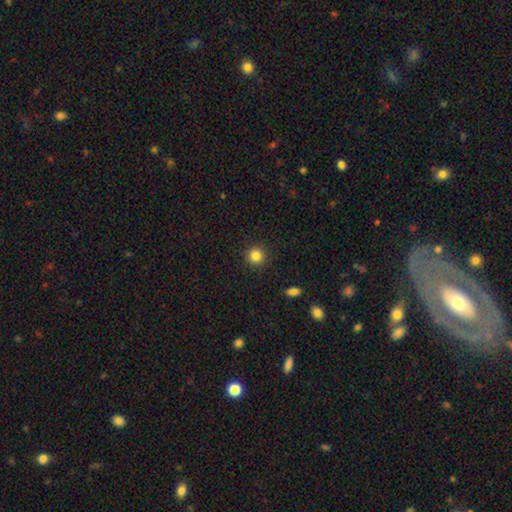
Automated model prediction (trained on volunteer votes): Morphology: type=smooth (84%); roundness=round (94%); merging=none (92%).